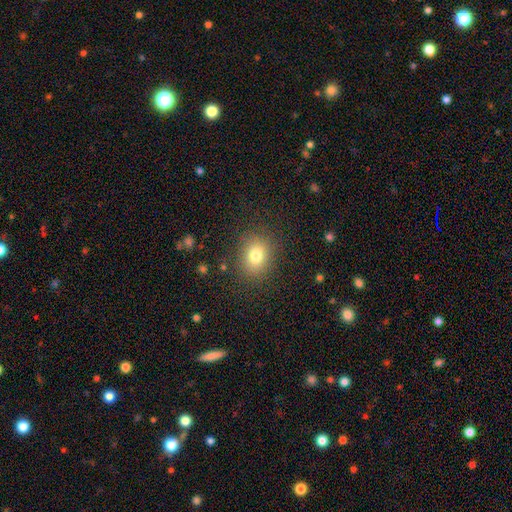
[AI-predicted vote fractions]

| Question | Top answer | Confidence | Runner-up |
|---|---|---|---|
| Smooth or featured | smooth | 78% | star or artifact (12%) |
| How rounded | round | 59% | in between (40%) |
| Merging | none | 85% | minor disturbance (10%) |